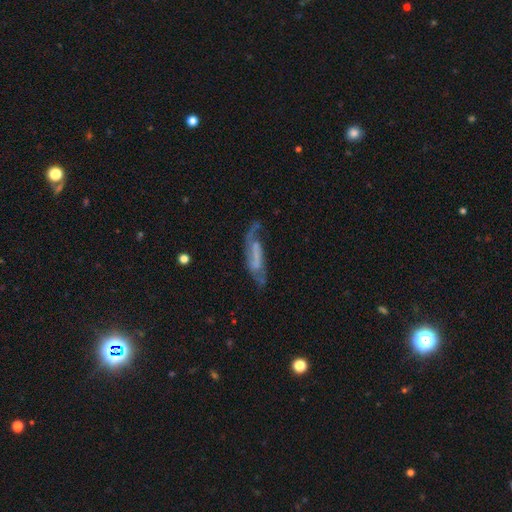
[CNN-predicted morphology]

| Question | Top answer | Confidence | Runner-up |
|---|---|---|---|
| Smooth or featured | featured or disk | 68% | smooth (23%) |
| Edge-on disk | no | 78% | yes (22%) |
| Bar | no | 36% | weak (35%) |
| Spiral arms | yes | 79% | no (21%) |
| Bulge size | none | 56% | small (26%) |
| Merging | none | 49% | minor disturbance (24%) |